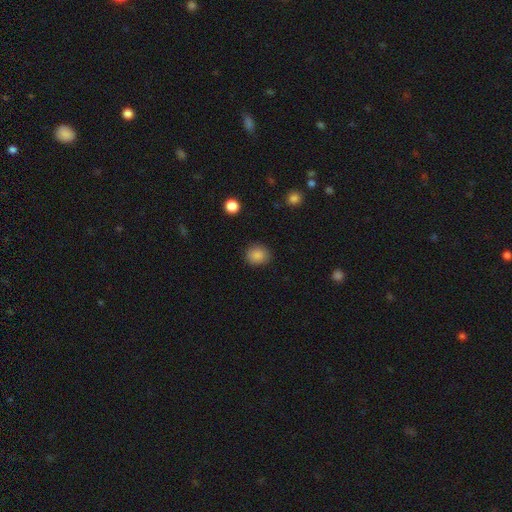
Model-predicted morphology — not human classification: The model was most divided on "how rounded": round: 77%, in between: 22%, cigar-shaped: 1%. More confident: merging — none (87%); smooth or featured — smooth (87%).